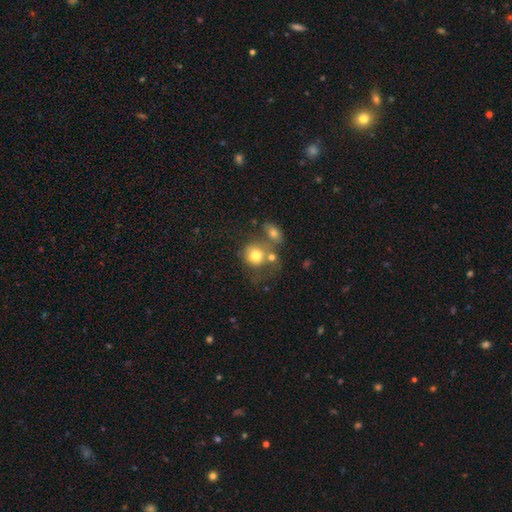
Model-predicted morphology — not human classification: A smooth galaxy with no disk features (74%) that is round (77%).

Vote fractions:
- Smooth or featured? smooth: 74% / featured or disk: 16% / star or artifact: 10%
- How rounded? round: 77% / in between: 22% / cigar-shaped: 1%
- Merging? none: 38% / merger: 37% / minor disturbance: 14% / major disturbance: 11%